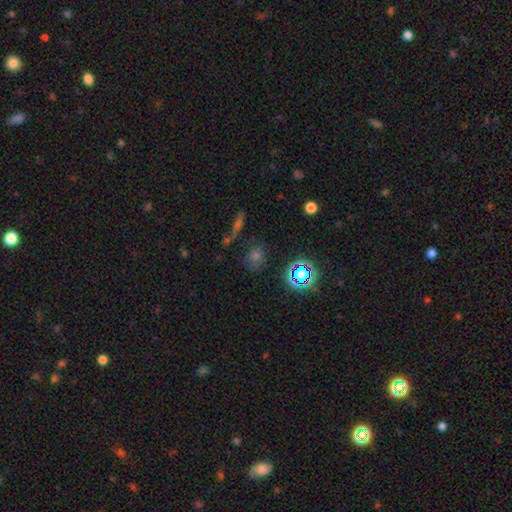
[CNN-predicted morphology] Smooth or featured? star or artifact (44%)